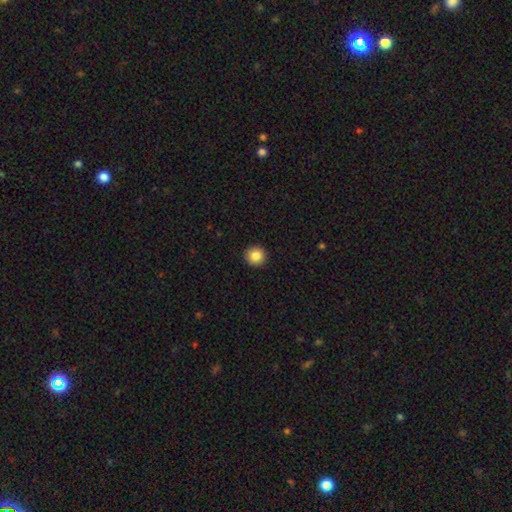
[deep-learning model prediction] A smooth galaxy with no disk features (85%) that is round (95%).

Vote fractions:
- Smooth or featured? smooth: 85% / star or artifact: 9% / featured or disk: 5%
- How rounded? round: 95% / in between: 4% / cigar-shaped: 1%
- Merging? none: 93% / minor disturbance: 4% / major disturbance: 1% / merger: 1%